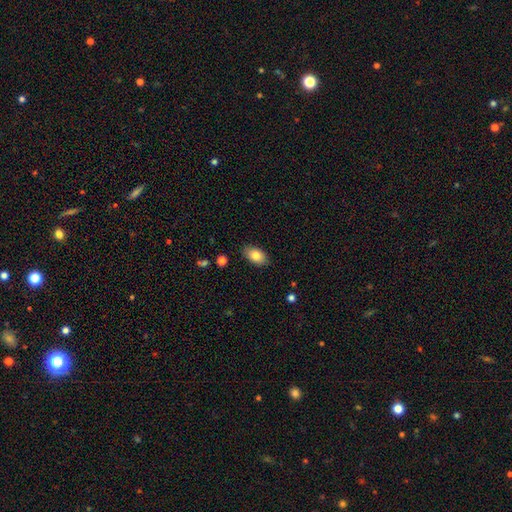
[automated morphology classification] smooth-or-featured: smooth: 82% | featured or disk: 10% | star or artifact: 8%
  how-rounded: in between: 91% | round: 7% | cigar-shaped: 2%
  merging: none: 87% | minor disturbance: 10% | major disturbance: 2% | merger: 1%